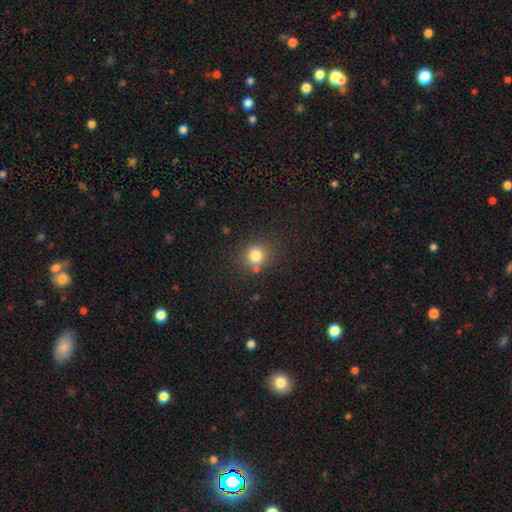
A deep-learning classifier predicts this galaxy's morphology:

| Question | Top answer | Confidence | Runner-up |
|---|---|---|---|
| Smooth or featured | smooth | 80% | star or artifact (13%) |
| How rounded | round | 83% | in between (16%) |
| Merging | none | 77% | minor disturbance (11%) |